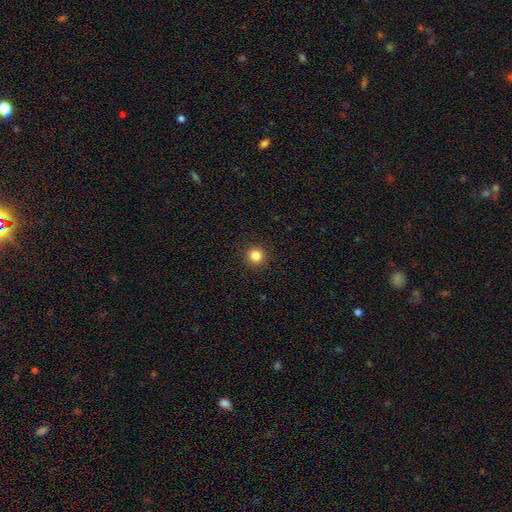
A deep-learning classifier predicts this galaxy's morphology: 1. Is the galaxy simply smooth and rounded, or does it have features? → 84% smooth, 12% star or artifact, 4% featured or disk.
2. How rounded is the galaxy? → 95% round, 4% in between, 1% cigar-shaped.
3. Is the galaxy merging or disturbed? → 92% none, 5% minor disturbance, 2% major disturbance, 1% merger.